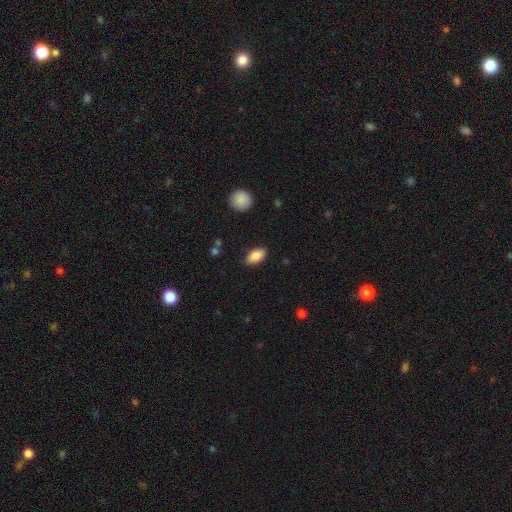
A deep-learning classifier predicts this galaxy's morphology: smooth_or_featured: smooth (p=0.87) [alt: star or artifact p=0.07]
how_rounded: in between (p=0.92) [alt: round p=0.04]
merging: none (p=0.86) [alt: minor disturbance p=0.10]